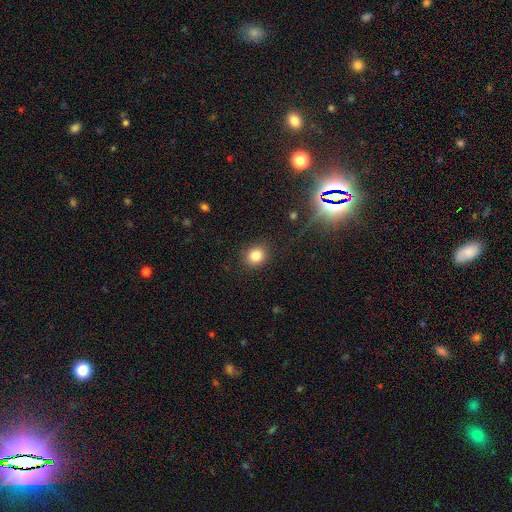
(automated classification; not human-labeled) This is clearly a smooth galaxy (83%). How rounded: likely round (75%). Merging: clearly none (89%).